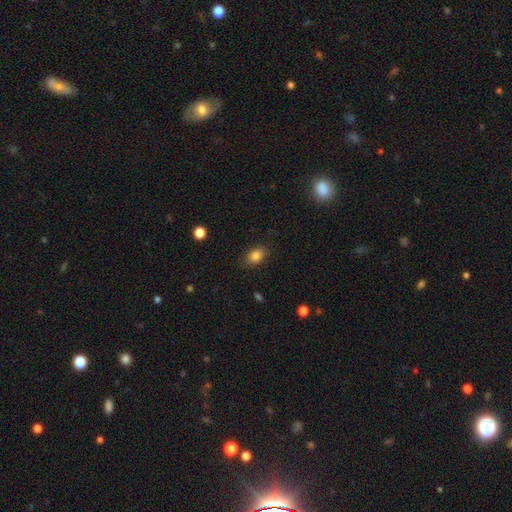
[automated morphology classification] The model was most divided on "how rounded": in between: 81%, round: 18%, cigar-shaped: 2%. More confident: merging — none (85%); smooth or featured — smooth (83%).